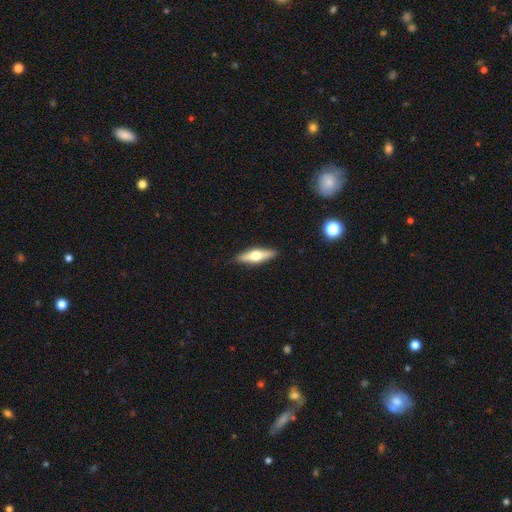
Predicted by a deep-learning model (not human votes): Smooth or featured? featured or disk (54%)
Edge-on disk? yes (93%)
Edge-on bulge? rounded (94%)
Merging? none (88%)